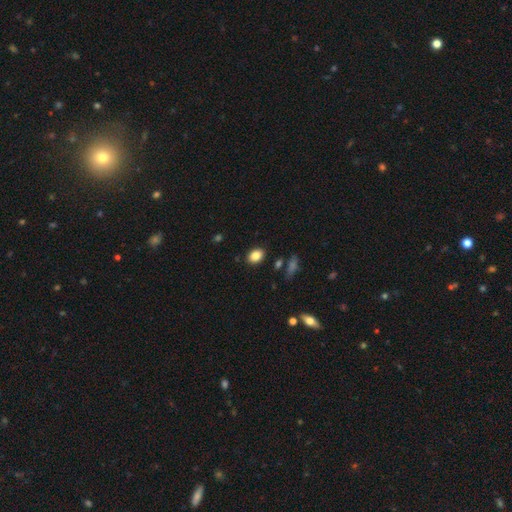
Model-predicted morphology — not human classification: Smooth or featured? smooth (84%)
How rounded? in between (71%)
Merging? none (87%)